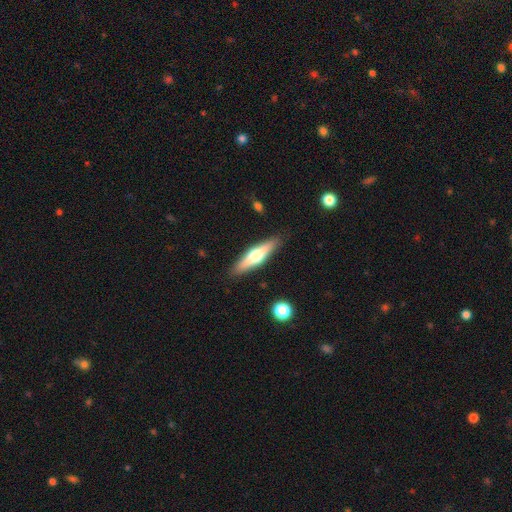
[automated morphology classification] Q: Smooth or featured?
A: featured or disk (50%); runner-up: smooth (44%)
Q: Edge-on disk?
A: yes (93%); runner-up: no (7%)
Q: Merging?
A: none (88%); runner-up: minor disturbance (9%)